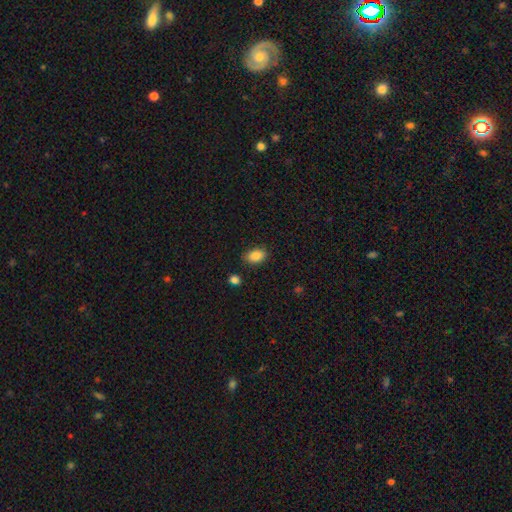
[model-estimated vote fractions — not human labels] Overall: smooth (88%). How rounded: in between (87%). Merging: none (84%).